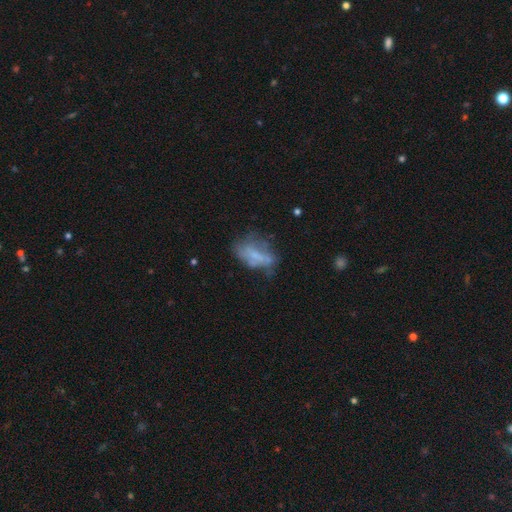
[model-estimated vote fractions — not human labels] Smooth or featured? Predicted: featured or disk (p=0.45). Merging? Predicted: none (p=0.37).